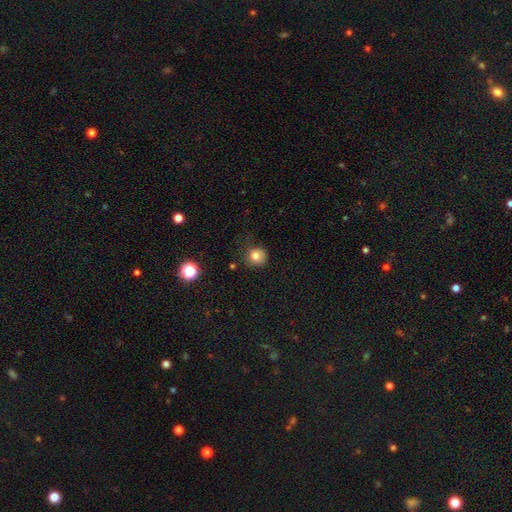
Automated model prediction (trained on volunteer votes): Smooth or featured? Predicted: smooth (p=0.79). How rounded? Predicted: round (p=0.91). Merging? Predicted: none (p=0.77).